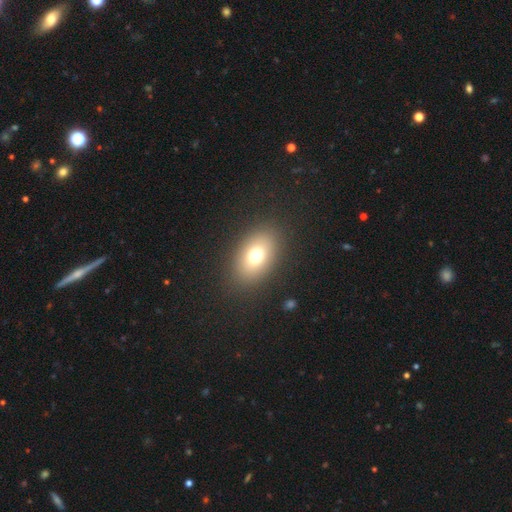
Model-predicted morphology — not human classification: The model was most divided on "smooth or featured": smooth: 72%, featured or disk: 15%, star or artifact: 12%. More confident: merging — none (86%); how rounded — in between (82%).